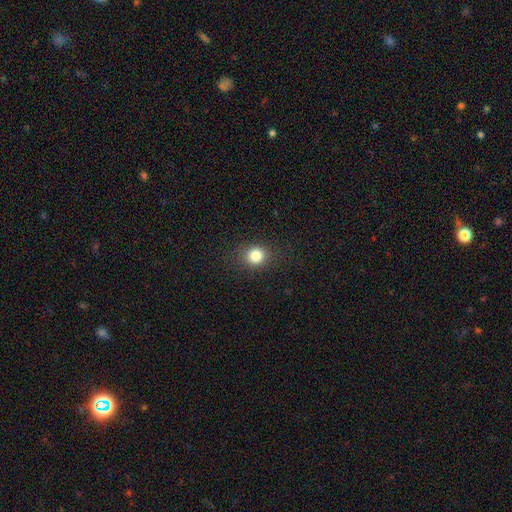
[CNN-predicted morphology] smooth_or_featured: smooth (p=0.82) [alt: star or artifact p=0.12]
how_rounded: round (p=0.76) [alt: in between p=0.23]
merging: none (p=0.86) [alt: minor disturbance p=0.10]